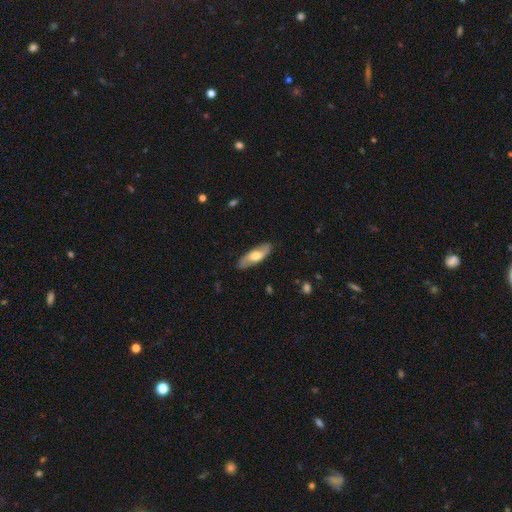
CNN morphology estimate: A featured or disk galaxy (49%).

Vote fractions:
- Smooth or featured? featured or disk: 49% / smooth: 45% / star or artifact: 5%
- Merging? none: 86% / minor disturbance: 11% / major disturbance: 2% / merger: 1%